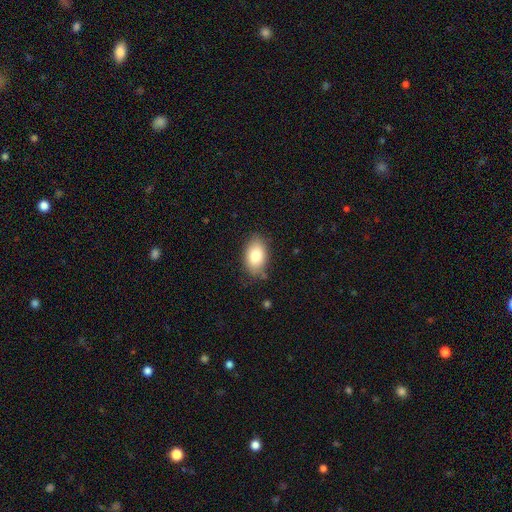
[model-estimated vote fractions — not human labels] Smooth or featured? Predicted: smooth (p=0.81). How rounded? Predicted: in between (p=0.90). Merging? Predicted: none (p=0.78).